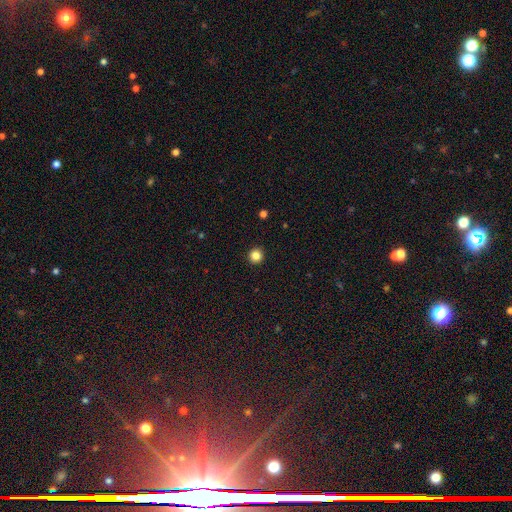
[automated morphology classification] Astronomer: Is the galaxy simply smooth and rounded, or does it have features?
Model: smooth — 84%.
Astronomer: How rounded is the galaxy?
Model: round — 96%.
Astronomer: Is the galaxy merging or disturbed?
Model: none — 94%.